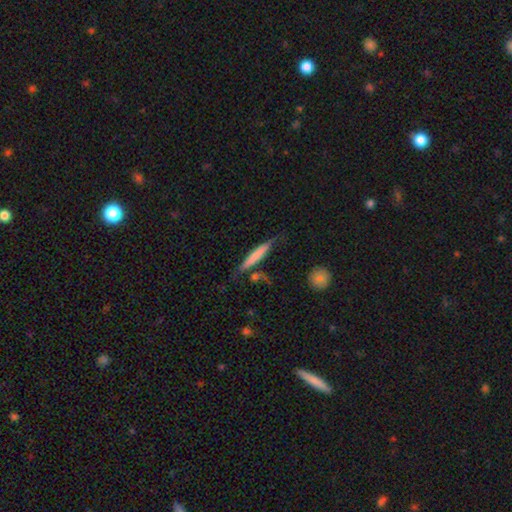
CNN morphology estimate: A smooth galaxy with no disk features (64%) that is cigar-shaped (92%). Merging: none (70%).